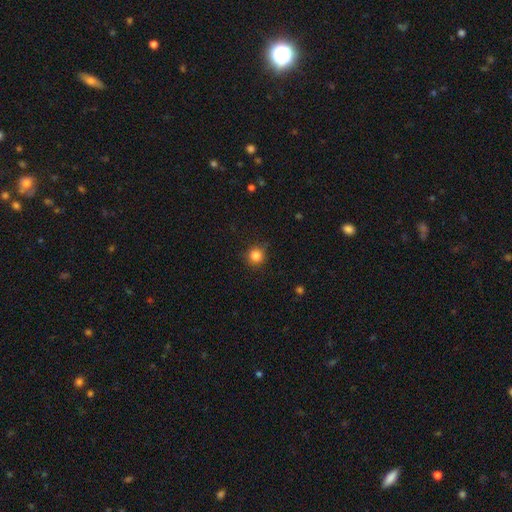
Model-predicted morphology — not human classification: smooth-or-featured: smooth: 84% | star or artifact: 12% | featured or disk: 4%
  how-rounded: round: 93% | in between: 6% | cigar-shaped: 1%
  merging: none: 87% | minor disturbance: 9% | major disturbance: 2% | merger: 1%